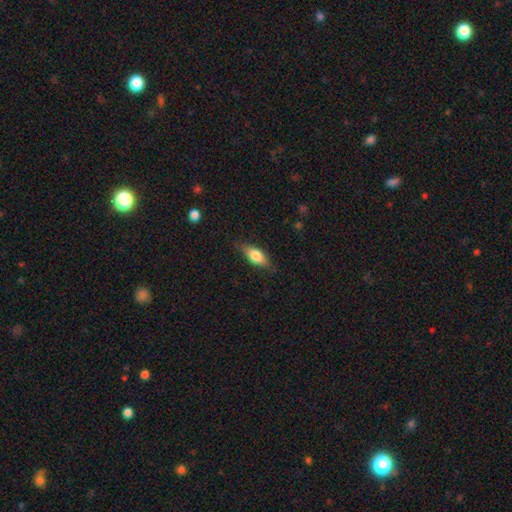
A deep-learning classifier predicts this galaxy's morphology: smooth-or-featured: smooth: 72% | featured or disk: 22% | star or artifact: 7%
  how-rounded: in between: 78% | cigar-shaped: 18% | round: 4%
  merging: none: 78% | minor disturbance: 17% | major disturbance: 4% | merger: 1%